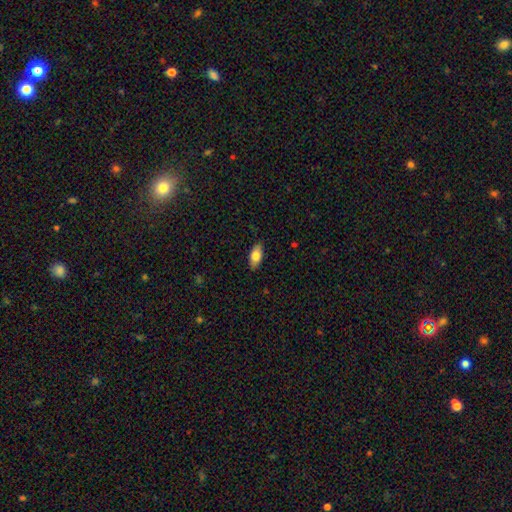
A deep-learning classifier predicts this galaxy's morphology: Overall: smooth (78%). How rounded: in between (87%). Merging: none (87%).